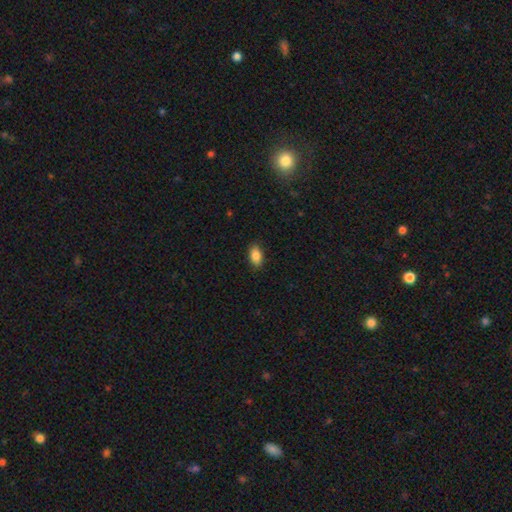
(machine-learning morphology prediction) Q: Smooth or featured?
A: smooth (87%); runner-up: star or artifact (8%)
Q: How rounded?
A: in between (91%); runner-up: round (6%)
Q: Merging?
A: none (86%); runner-up: minor disturbance (10%)